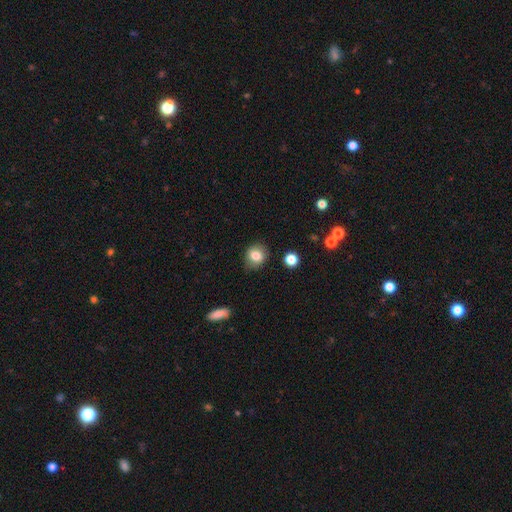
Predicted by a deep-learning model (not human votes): Q: Smooth or featured?
A: smooth (80%); runner-up: star or artifact (10%)
Q: How rounded?
A: round (70%); runner-up: in between (29%)
Q: Merging?
A: none (82%); runner-up: minor disturbance (13%)